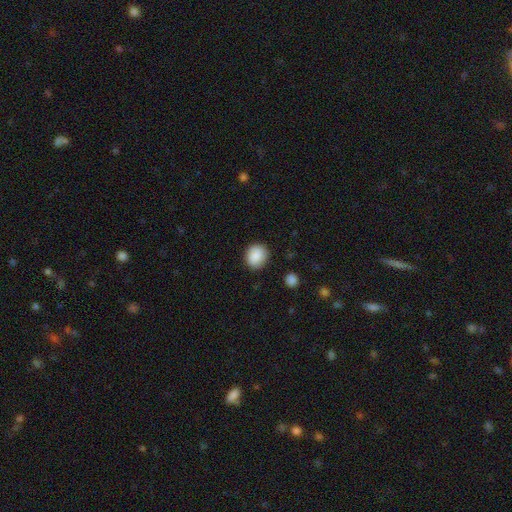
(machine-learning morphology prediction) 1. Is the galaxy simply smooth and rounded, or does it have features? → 86% smooth, 7% star or artifact, 7% featured or disk.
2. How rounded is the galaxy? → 72% round, 27% in between, 1% cigar-shaped.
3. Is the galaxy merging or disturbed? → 86% none, 10% minor disturbance, 3% major disturbance, 1% merger.